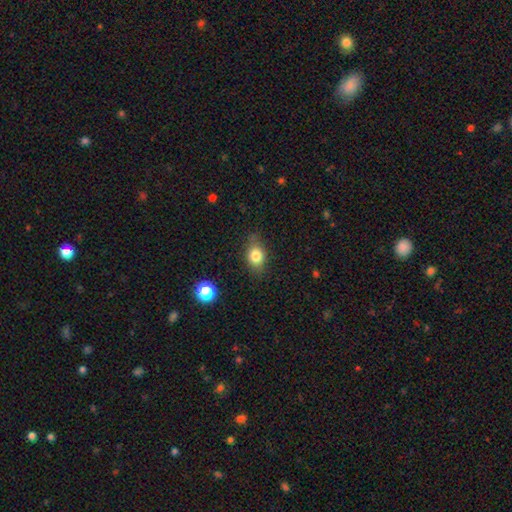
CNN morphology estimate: Q: Smooth or featured?
A: smooth (80%); runner-up: star or artifact (10%)
Q: How rounded?
A: in between (65%); runner-up: round (33%)
Q: Merging?
A: none (75%); runner-up: minor disturbance (19%)